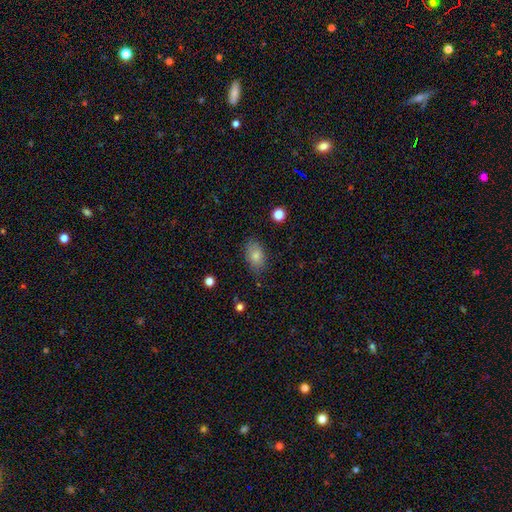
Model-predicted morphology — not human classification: smooth-or-featured: smooth: 76% | star or artifact: 13% | featured or disk: 12%
  how-rounded: in between: 87% | round: 10% | cigar-shaped: 3%
  merging: none: 81% | minor disturbance: 15% | major disturbance: 3% | merger: 1%